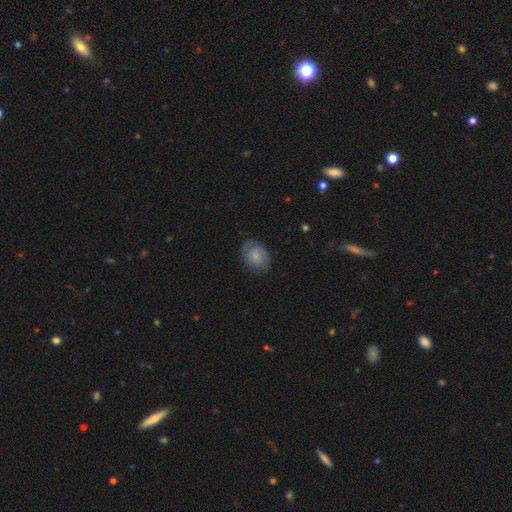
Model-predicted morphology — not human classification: Smooth or featured: smooth — 62% (featured or disk — 30%)
How rounded: in between — 65% (round — 34%)
Merging: none — 73% (minor disturbance — 20%)